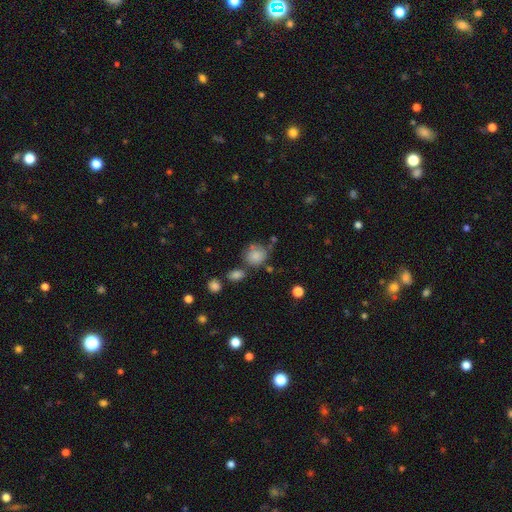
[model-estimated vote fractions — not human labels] Overall: smooth (79%). How rounded: round (79%). Merging: none (53%; minor disturbance 22%).